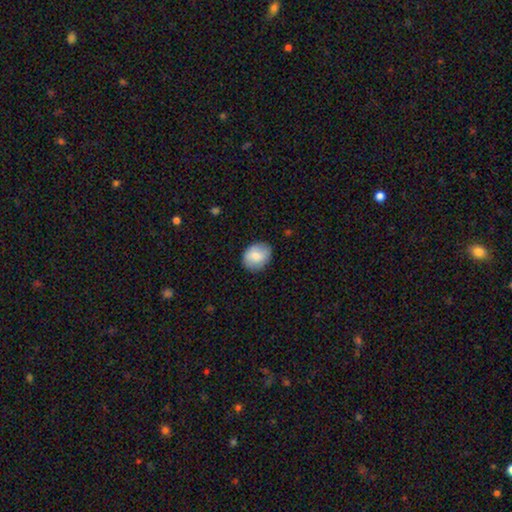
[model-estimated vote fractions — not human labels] This appears to be a smooth galaxy with no disk features (78%) that is in between round and cigar-shaped (50%). Merging: none (83%).